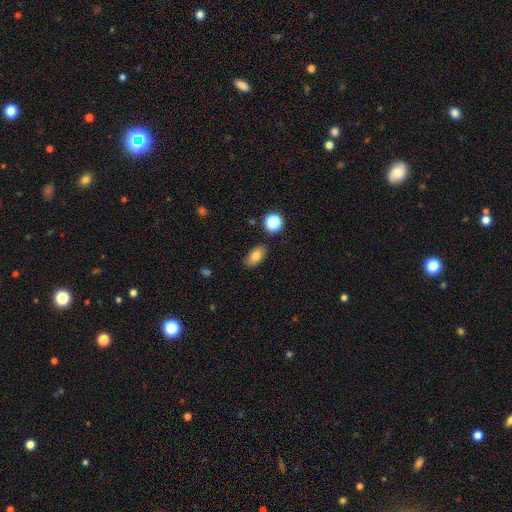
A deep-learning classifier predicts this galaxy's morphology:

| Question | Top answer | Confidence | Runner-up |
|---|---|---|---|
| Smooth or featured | smooth | 80% | featured or disk (10%) |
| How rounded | in between | 88% | round (9%) |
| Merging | none | 83% | minor disturbance (12%) |